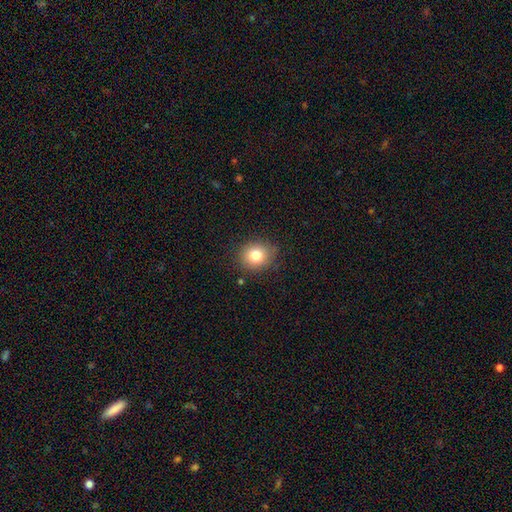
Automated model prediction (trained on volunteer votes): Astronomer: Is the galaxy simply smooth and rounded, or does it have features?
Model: smooth — 80%.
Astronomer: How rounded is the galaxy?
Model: round — 73%.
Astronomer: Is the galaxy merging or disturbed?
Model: none — 84%.